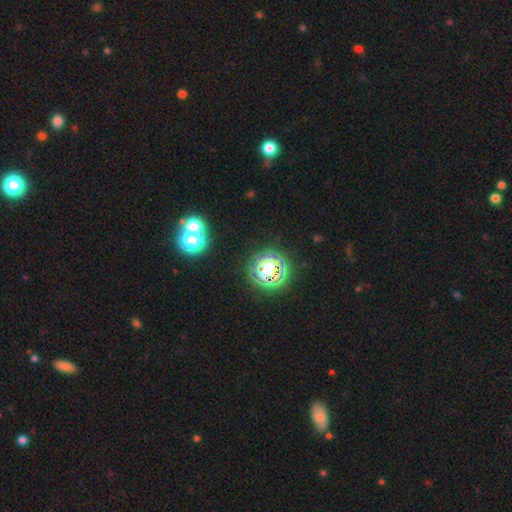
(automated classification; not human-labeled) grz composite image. It shows a star or artifact, not a galaxy (61%).